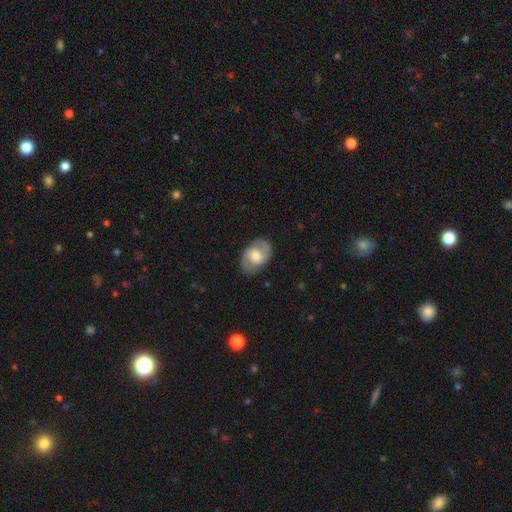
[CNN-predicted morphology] This is likely a featured or disk galaxy (60%). It is clearly not viewed edge-on (95%). Bar: marginally weak (44%). Spiral arm pattern: likely yes (78%). Central bulge: possibly moderate (57%). Merging: clearly none (81%).